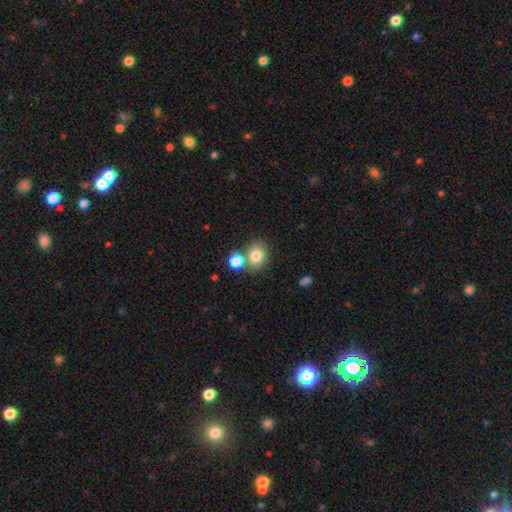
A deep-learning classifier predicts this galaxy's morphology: The model was most divided on "how rounded": round: 58%, in between: 41%, cigar-shaped: 1%. More confident: smooth or featured — smooth (80%); merging — none (59%).